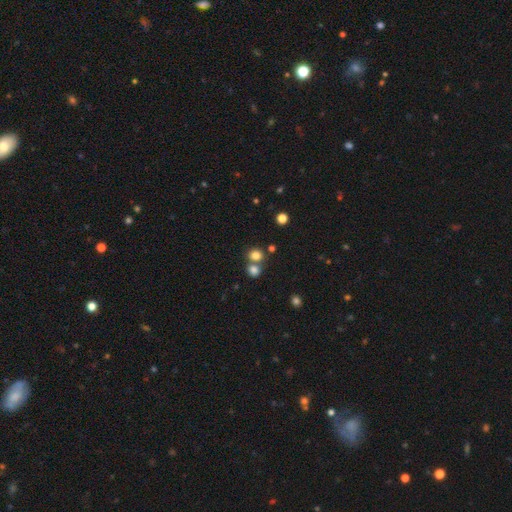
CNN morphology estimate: Smooth or featured: smooth — 80% (star or artifact — 14%)
How rounded: round — 74% (in between — 25%)
Merging: none — 57% (merger — 32%)